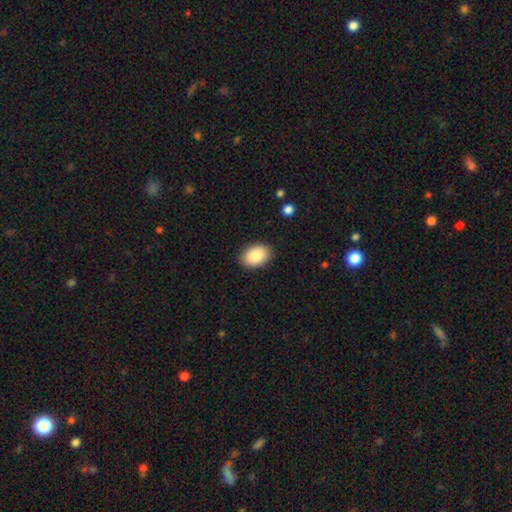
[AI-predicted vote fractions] Morphology: type=smooth (87%); roundness=in between (87%); merging=none (89%).